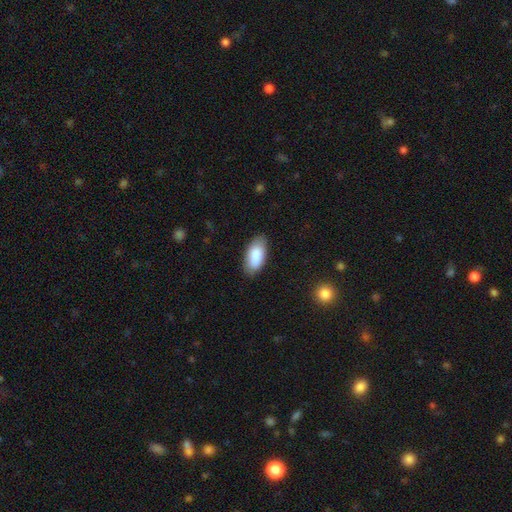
Smooth or featured? 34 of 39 (87%) said smooth. How rounded? 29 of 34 (85%) said in between. Merging? 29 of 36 (81%) said none.